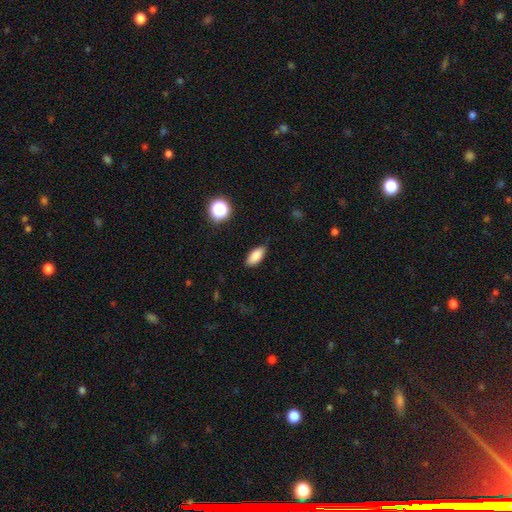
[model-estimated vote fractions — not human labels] Smooth or featured? Predicted: smooth (p=0.84). How rounded? Predicted: in between (p=0.84). Merging? Predicted: none (p=0.77).